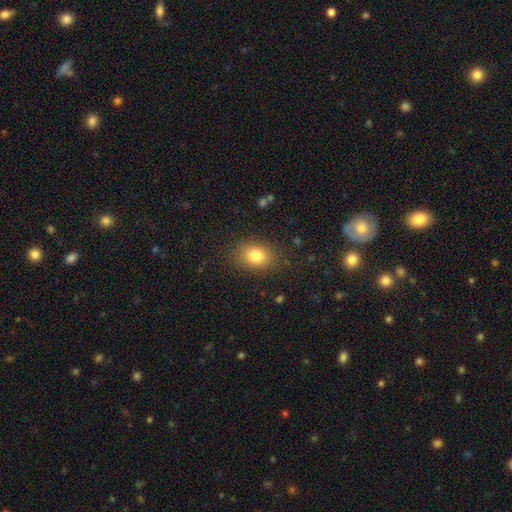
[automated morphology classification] Q: Smooth or featured?
A: smooth (81%); runner-up: star or artifact (10%)
Q: How rounded?
A: in between (62%); runner-up: round (37%)
Q: Merging?
A: none (84%); runner-up: minor disturbance (11%)